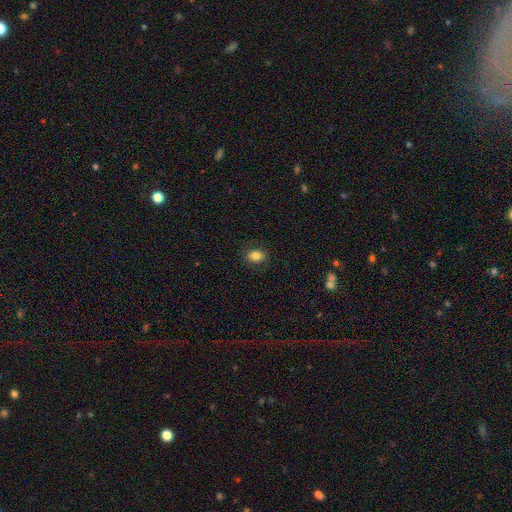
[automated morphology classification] Q: Smooth or featured?
A: smooth (81%); runner-up: star or artifact (10%)
Q: How rounded?
A: in between (62%); runner-up: round (37%)
Q: Merging?
A: none (87%); runner-up: minor disturbance (9%)